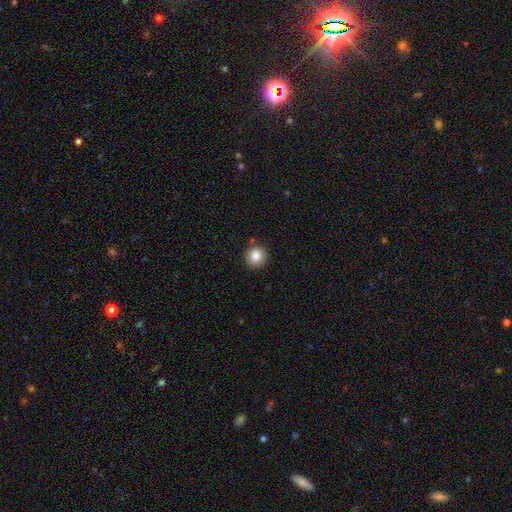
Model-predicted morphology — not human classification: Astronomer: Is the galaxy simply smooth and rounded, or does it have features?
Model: smooth — 85%.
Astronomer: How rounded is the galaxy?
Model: round — 92%.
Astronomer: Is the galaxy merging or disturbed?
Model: none — 88%.